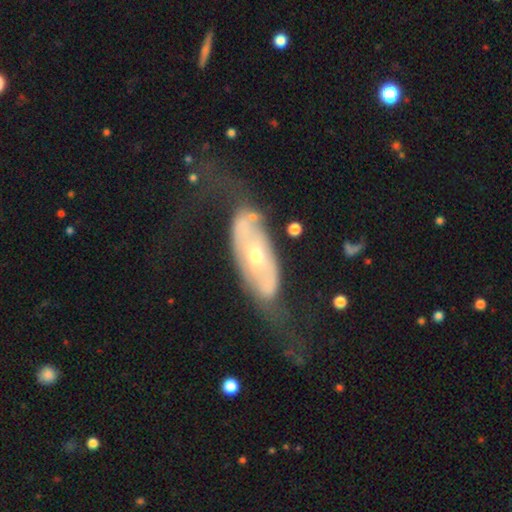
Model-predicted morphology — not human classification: smooth_or_featured: featured or disk (p=0.71) [alt: smooth p=0.23]
disk_edge_on: no (p=0.83) [alt: yes p=0.17]
bar: no (p=0.66) [alt: weak p=0.20]
has_spiral_arms: yes (p=0.56) [alt: no p=0.44]
bulge_size: moderate (p=0.49) [alt: small p=0.46]
merging: none (p=0.47) [alt: major disturbance p=0.29]